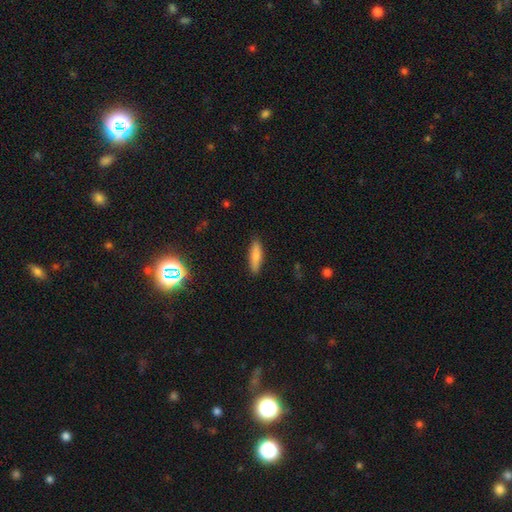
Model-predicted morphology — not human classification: A smooth galaxy with no disk features (78%) that is cigar-shaped (63%). Merging: none (87%).